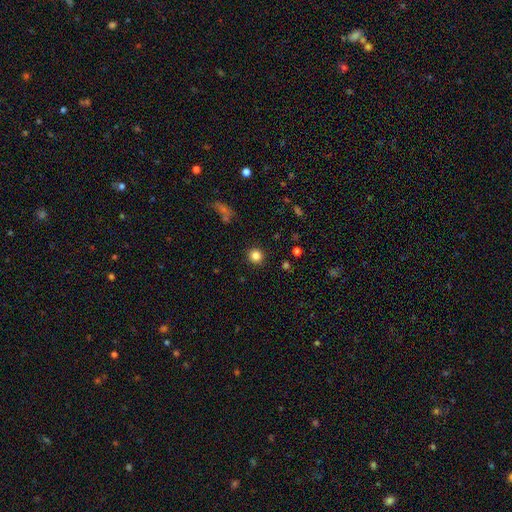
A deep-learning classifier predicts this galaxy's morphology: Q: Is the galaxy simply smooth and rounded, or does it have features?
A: smooth — 83%.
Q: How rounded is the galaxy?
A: round — 93%.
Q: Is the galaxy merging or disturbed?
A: none — 91%.